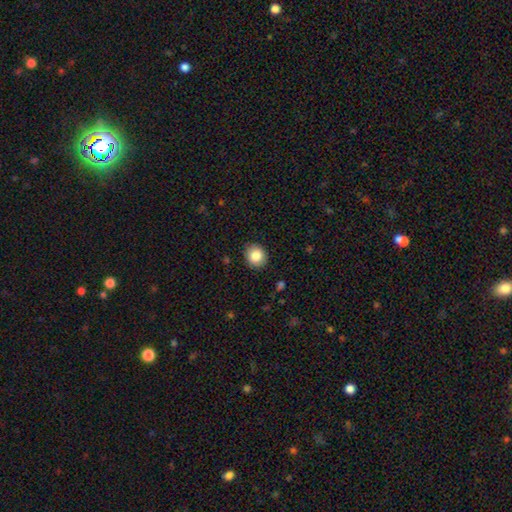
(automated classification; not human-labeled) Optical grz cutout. It shows a smooth galaxy with no disk features (85%) that is round (79%). Merging: none (89%).